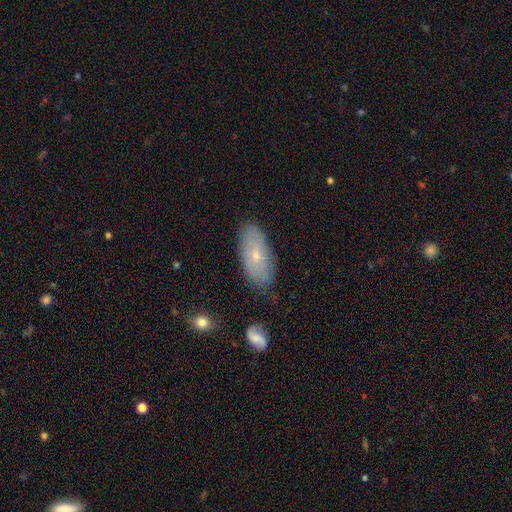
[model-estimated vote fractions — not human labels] Smooth or featured? smooth (55%)
How rounded? in between (87%)
Merging? none (79%)